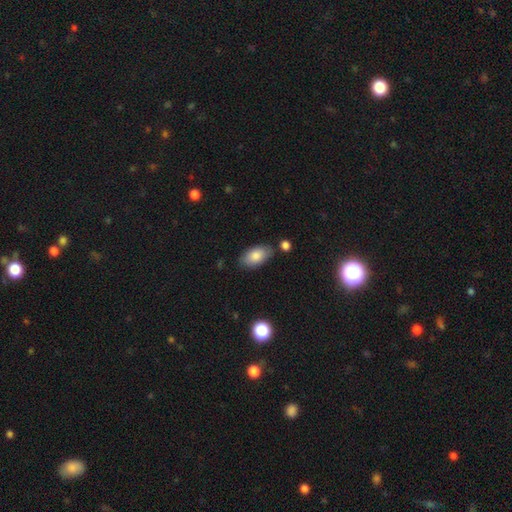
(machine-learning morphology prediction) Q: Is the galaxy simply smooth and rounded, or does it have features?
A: smooth — 83%.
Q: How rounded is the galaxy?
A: in between — 94%.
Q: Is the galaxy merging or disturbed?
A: none — 79%.